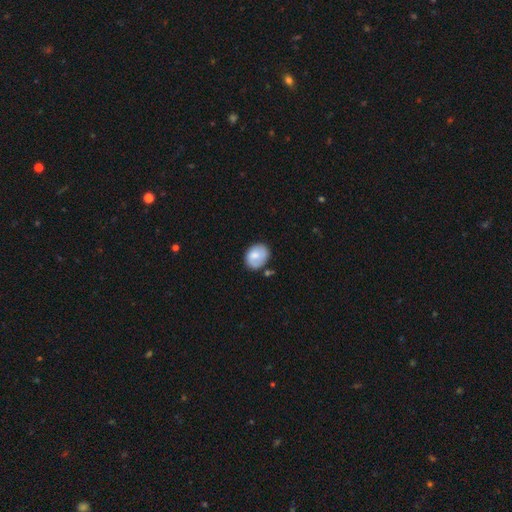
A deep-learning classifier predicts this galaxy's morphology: The model was most divided on "how rounded": in between: 59%, round: 40%, cigar-shaped: 1%. More confident: smooth or featured — smooth (70%); merging — none (64%).